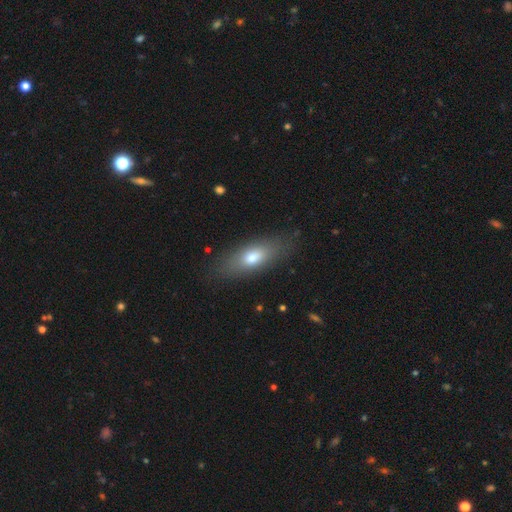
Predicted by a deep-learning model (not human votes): Morphology: type=smooth (68%); roundness=in between (64%); merging=none (84%).